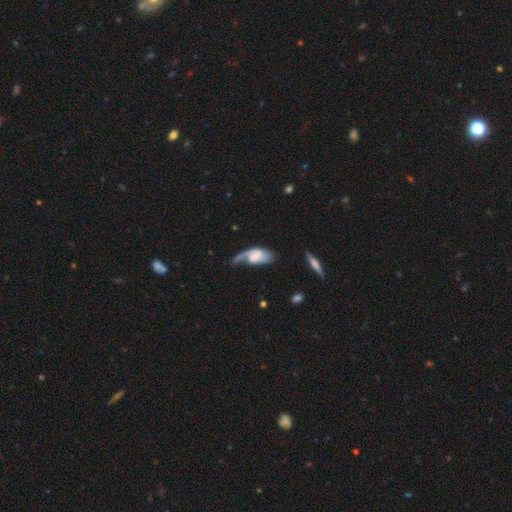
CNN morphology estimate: Overall: featured or disk (57%; smooth 37%). Edge-on disk: no (91%). Bar: no (58%; weak 31%). Spiral arms: yes (84%). Bulge size: none (44%; small 21%). Merging: major disturbance (39%; none 28%).